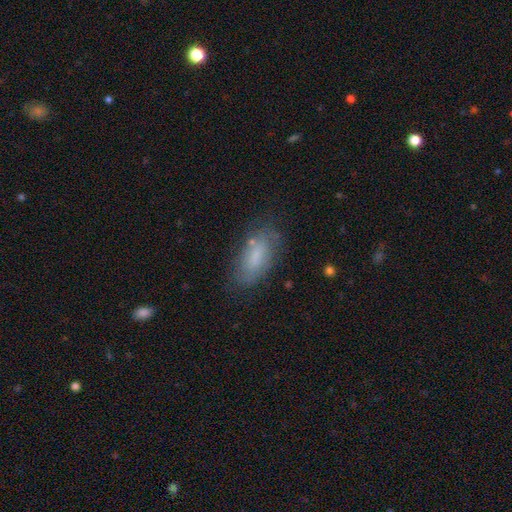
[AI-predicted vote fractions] smooth-or-featured: smooth: 68% | featured or disk: 23% | star or artifact: 8%
  how-rounded: in between: 83% | cigar-shaped: 14% | round: 3%
  merging: none: 71% | minor disturbance: 20% | major disturbance: 6% | merger: 3%